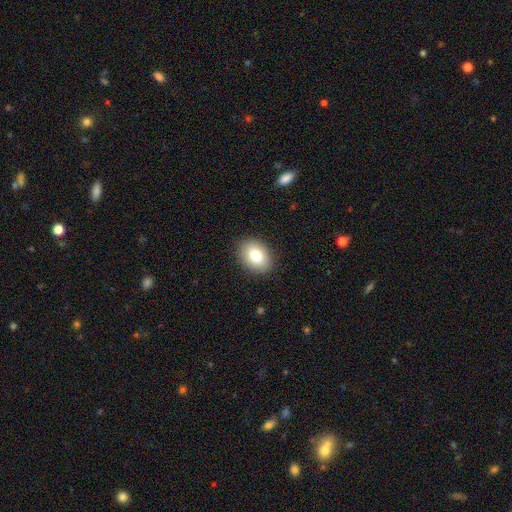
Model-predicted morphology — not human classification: Overall: smooth (80%). How rounded: in between (71%). Merging: none (89%).